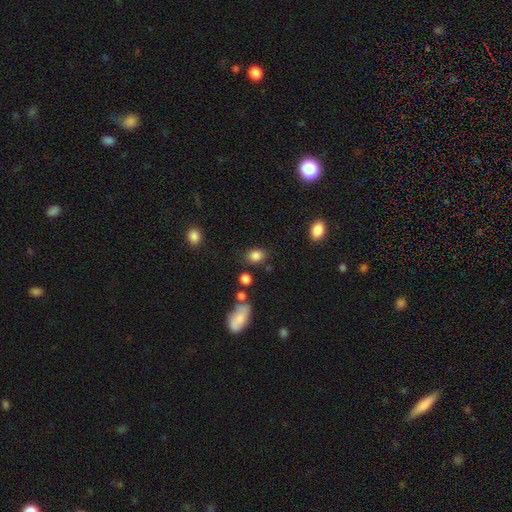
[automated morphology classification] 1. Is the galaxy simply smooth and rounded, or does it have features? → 84% smooth, 11% star or artifact, 5% featured or disk.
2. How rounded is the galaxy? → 60% in between, 38% round, 2% cigar-shaped.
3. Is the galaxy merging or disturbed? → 76% none, 14% minor disturbance, 6% merger, 4% major disturbance.